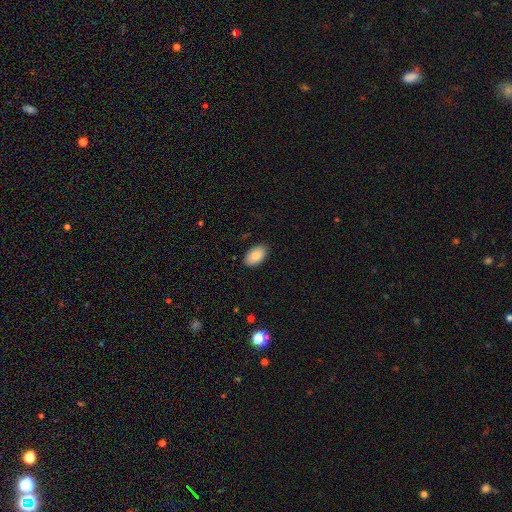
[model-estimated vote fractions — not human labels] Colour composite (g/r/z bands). It shows a smooth galaxy with no disk features (84%) that is in between round and cigar-shaped (94%). Merging: none (87%).